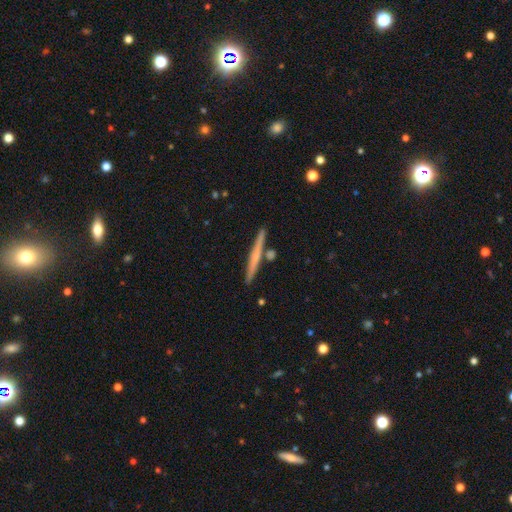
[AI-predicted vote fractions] This is possibly a featured or disk galaxy (50%). It is clearly viewed edge-on (97%). Merging: clearly none (85%).